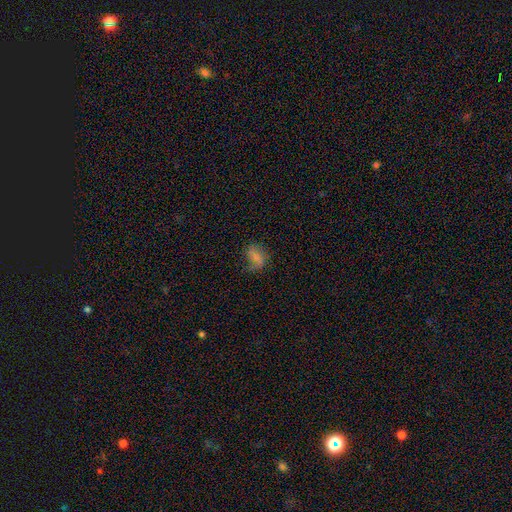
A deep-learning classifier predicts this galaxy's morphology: Q: Smooth or featured?
A: smooth (52%); runner-up: featured or disk (33%)
Q: How rounded?
A: in between (72%); runner-up: round (24%)
Q: Merging?
A: none (58%); runner-up: minor disturbance (25%)